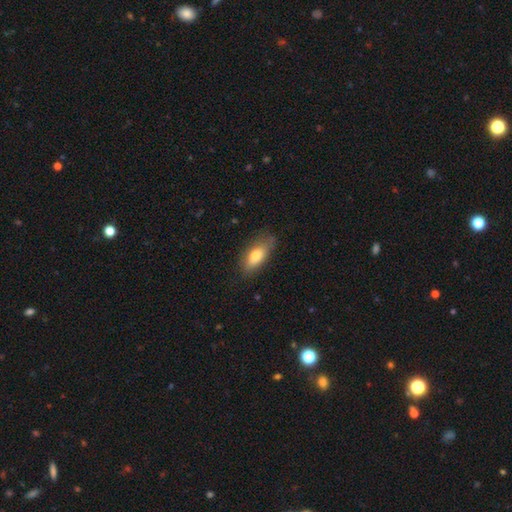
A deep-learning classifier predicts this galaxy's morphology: Smooth or featured?
  - smooth: 78% *
  - featured or disk: 15%
  - star or artifact: 7%
How rounded?
  - in between: 80% *
  - cigar-shaped: 17%
  - round: 3%
Merging?
  - none: 72% *
  - minor disturbance: 21%
  - major disturbance: 5%
  - merger: 1%